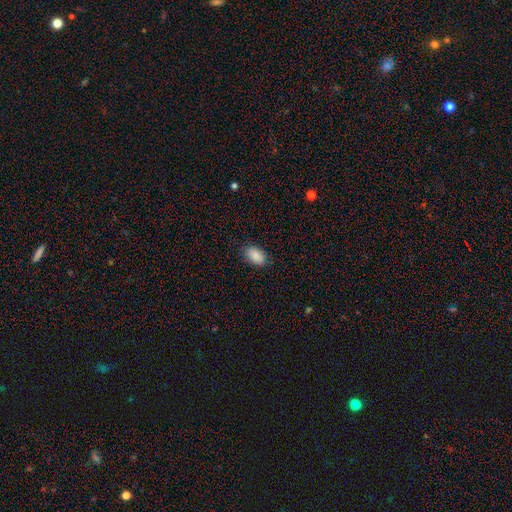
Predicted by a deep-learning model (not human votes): smooth_or_featured: smooth (p=0.89) [alt: star or artifact p=0.07]
how_rounded: in between (p=0.92) [alt: round p=0.07]
merging: none (p=0.85) [alt: minor disturbance p=0.11]